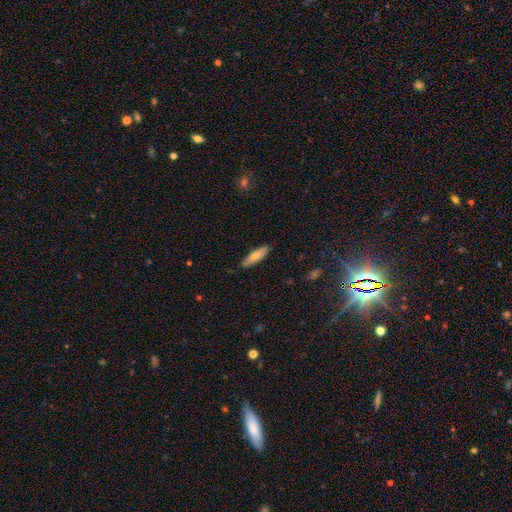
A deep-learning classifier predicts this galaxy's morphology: Smooth or featured? Predicted: smooth (p=0.73). How rounded? Predicted: cigar-shaped (p=0.66). Merging? Predicted: none (p=0.87).